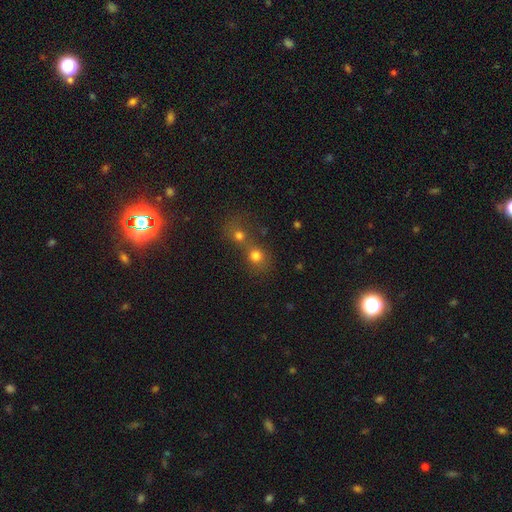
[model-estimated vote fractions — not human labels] Smooth or featured? Predicted: smooth (p=0.74). How rounded? Predicted: round (p=0.82). Merging? Predicted: merger (p=0.57).